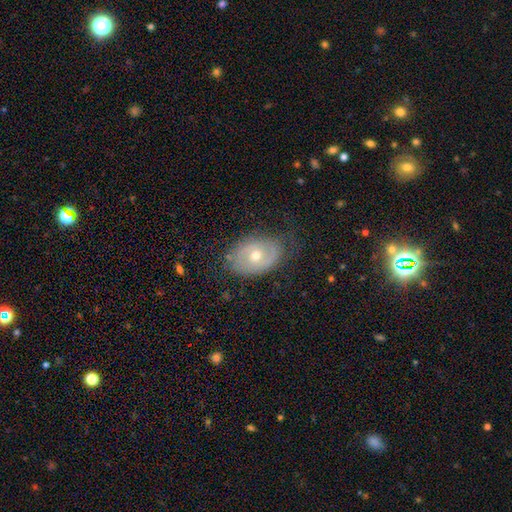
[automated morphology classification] Smooth or featured: featured or disk — 54% (smooth — 38%)
Edge-on disk: no — 93% (yes — 7%)
Bar: no — 77% (weak — 19%)
Spiral arms: yes — 51% (no — 49%)
Bulge size: moderate — 58% (small — 38%)
Merging: none — 69% (minor disturbance — 21%)